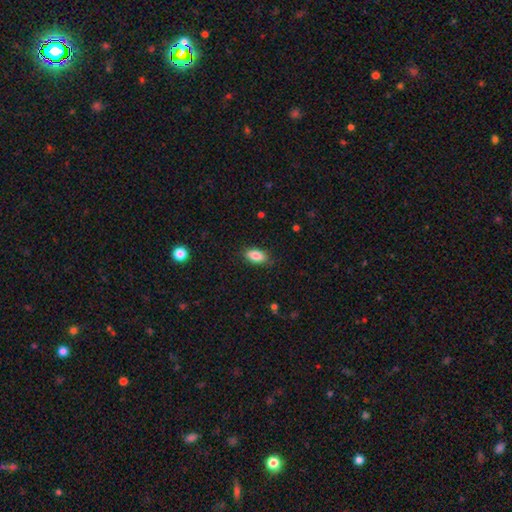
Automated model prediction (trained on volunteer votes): Q: Smooth or featured?
A: smooth (86%); runner-up: star or artifact (8%)
Q: How rounded?
A: in between (90%); runner-up: cigar-shaped (6%)
Q: Merging?
A: none (86%); runner-up: minor disturbance (11%)